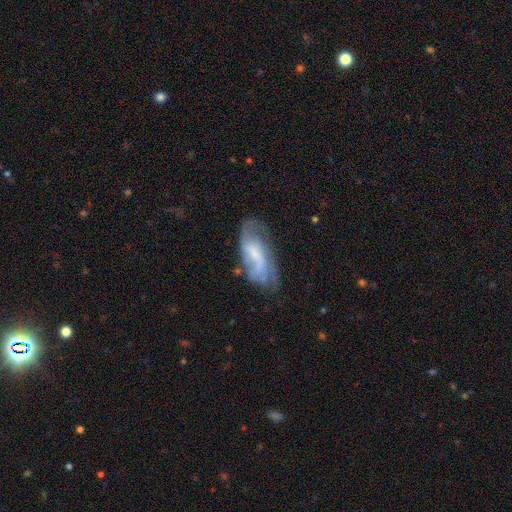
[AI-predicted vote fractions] Smooth or featured: featured or disk — 61% (smooth — 31%)
Edge-on disk: no — 92% (yes — 8%)
Bar: no — 44% (weak — 42%)
Spiral arms: yes — 76% (no — 24%)
Bulge size: small — 38% (none — 29%)
Merging: none — 49% (minor disturbance — 27%)